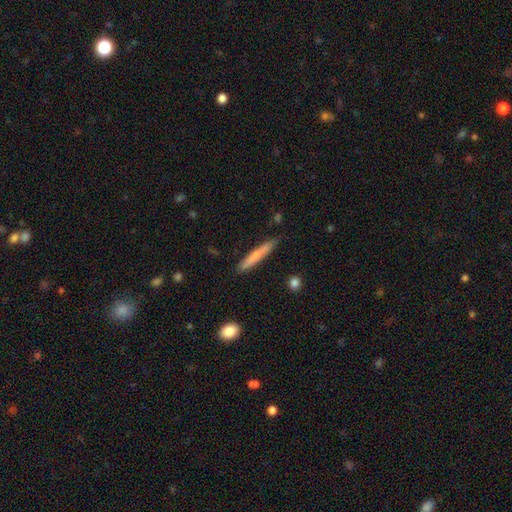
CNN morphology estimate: Overall: smooth (70%). How rounded: cigar-shaped (94%). Merging: none (80%).